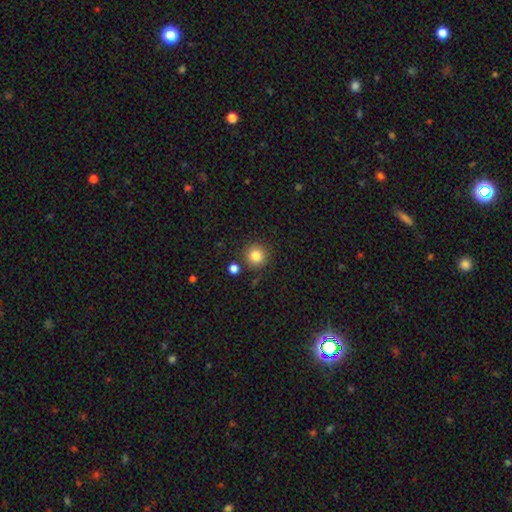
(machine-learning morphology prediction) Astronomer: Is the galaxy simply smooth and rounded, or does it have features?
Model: smooth — 84%.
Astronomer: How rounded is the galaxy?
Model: round — 94%.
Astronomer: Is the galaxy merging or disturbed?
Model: none — 85%.